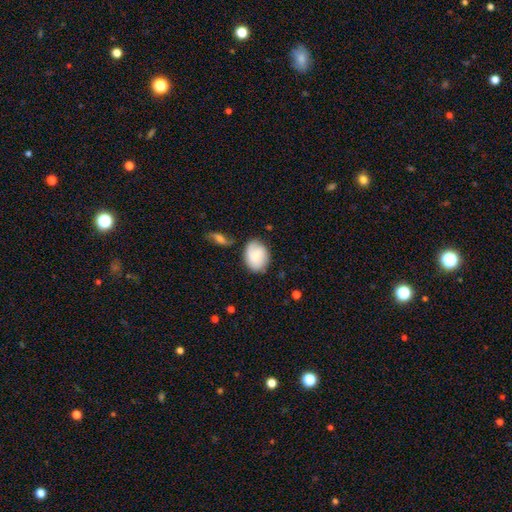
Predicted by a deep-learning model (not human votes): Smooth or featured? Predicted: smooth (p=0.64). How rounded? Predicted: in between (p=0.62). Merging? Predicted: none (p=0.69).